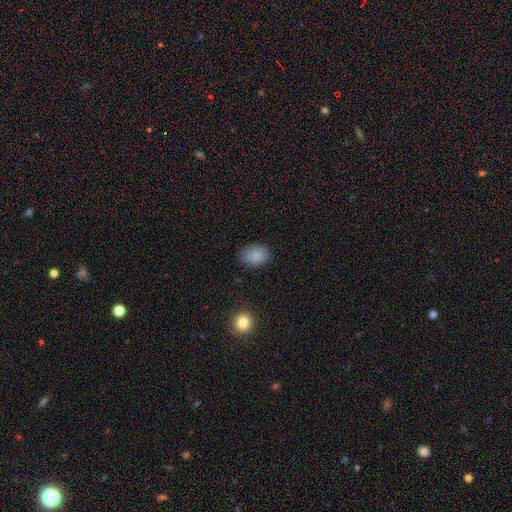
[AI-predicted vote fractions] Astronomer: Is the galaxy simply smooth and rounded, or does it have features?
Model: smooth — 86%.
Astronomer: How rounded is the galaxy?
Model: in between — 74%.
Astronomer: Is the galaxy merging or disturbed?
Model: none — 82%.